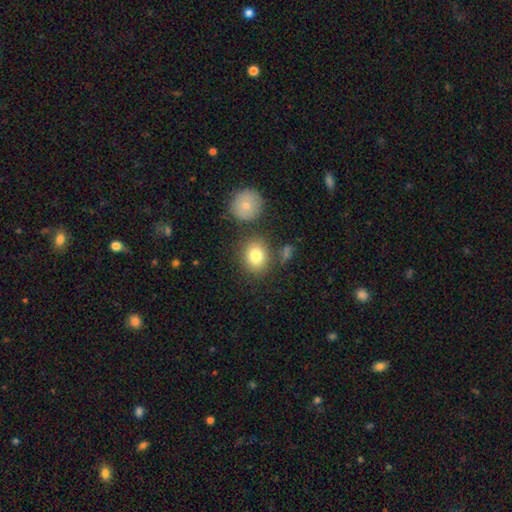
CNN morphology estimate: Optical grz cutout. It shows a smooth galaxy with no disk features (80%) that is round (61%). Merging: none (75%).